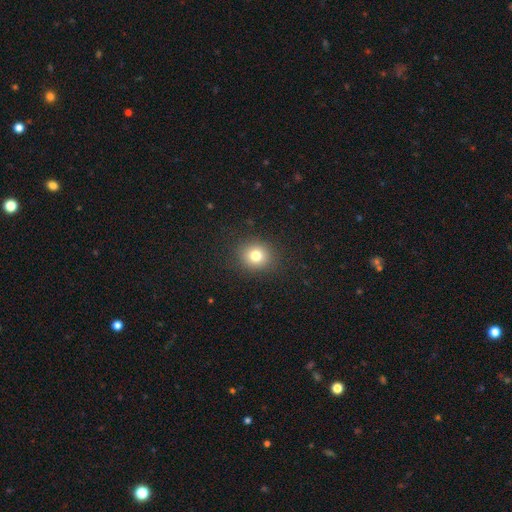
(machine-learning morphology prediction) smooth_or_featured: smooth (p=0.79) [alt: star or artifact p=0.13]
how_rounded: round (p=0.81) [alt: in between p=0.18]
merging: none (p=0.89) [alt: minor disturbance p=0.07]